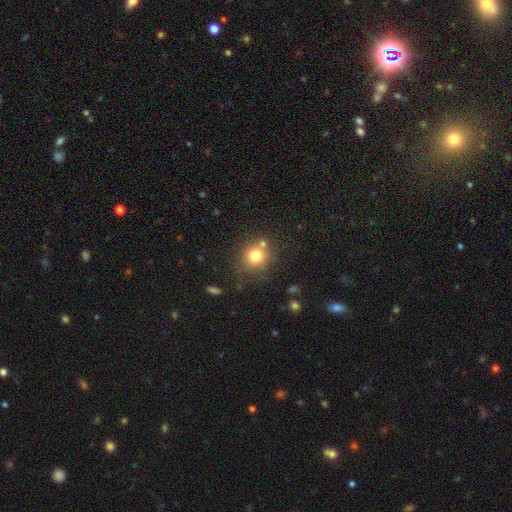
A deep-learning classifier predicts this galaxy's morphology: Q: Smooth or featured?
A: smooth (77%); runner-up: star or artifact (12%)
Q: How rounded?
A: round (87%); runner-up: in between (12%)
Q: Merging?
A: none (67%); runner-up: merger (15%)